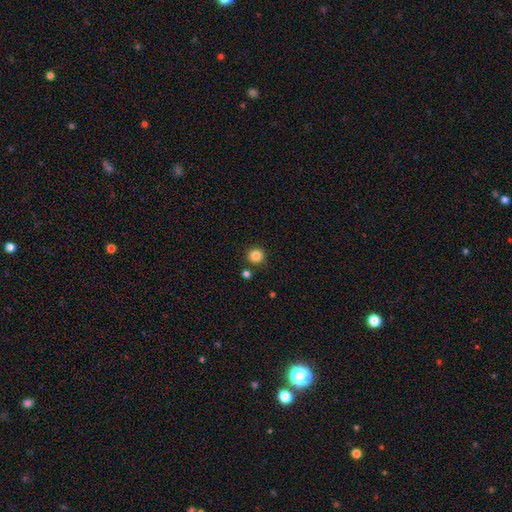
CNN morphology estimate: smooth 85%, star or artifact 11%, featured or disk 4%. Down the decision tree: how rounded — round (94%); merging — none (87%).